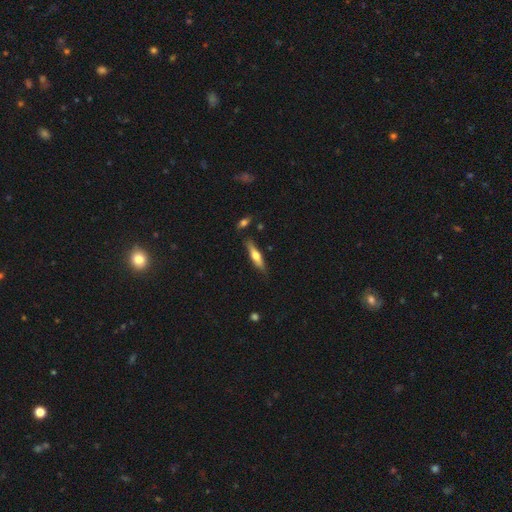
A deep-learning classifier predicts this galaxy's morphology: Overall: featured or disk (48%; smooth 46%). Merging: none (81%).